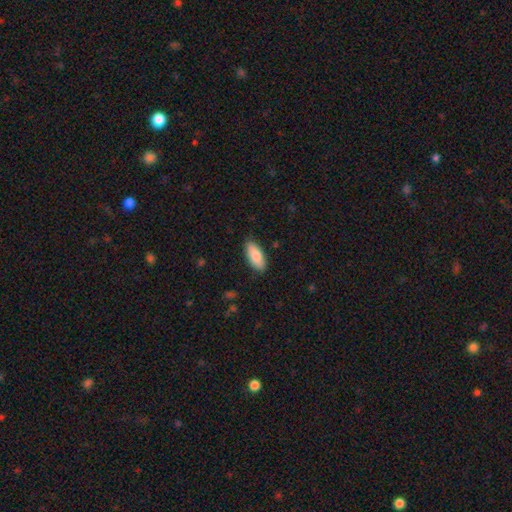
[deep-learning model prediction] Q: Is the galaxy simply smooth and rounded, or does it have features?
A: smooth — 83%.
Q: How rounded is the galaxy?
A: in between — 84%.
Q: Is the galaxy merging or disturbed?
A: none — 86%.